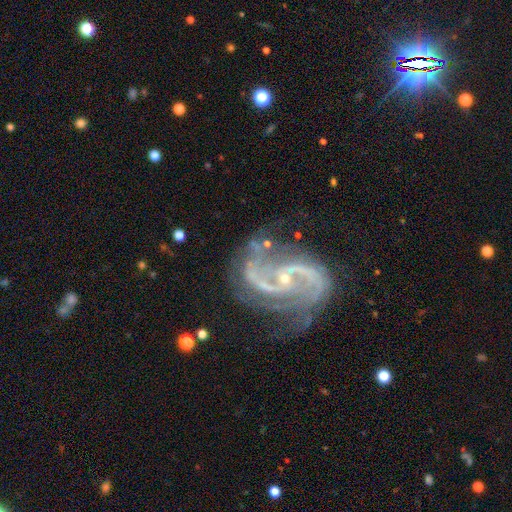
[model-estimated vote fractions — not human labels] smooth_or_featured: featured or disk (p=0.92) [alt: star or artifact p=0.06]
disk_edge_on: no (p=0.98) [alt: yes p=0.02]
bar: no (p=0.44) [alt: weak p=0.36]
has_spiral_arms: yes (p=0.98) [alt: no p=0.02]
spiral_winding: medium (p=0.52) [alt: loose p=0.33]
spiral_arm_count: 2 (p=0.88) [alt: 3 p=0.03]
bulge_size: small (p=0.81) [alt: moderate p=0.15]
merging: none (p=0.62) [alt: minor disturbance p=0.21]